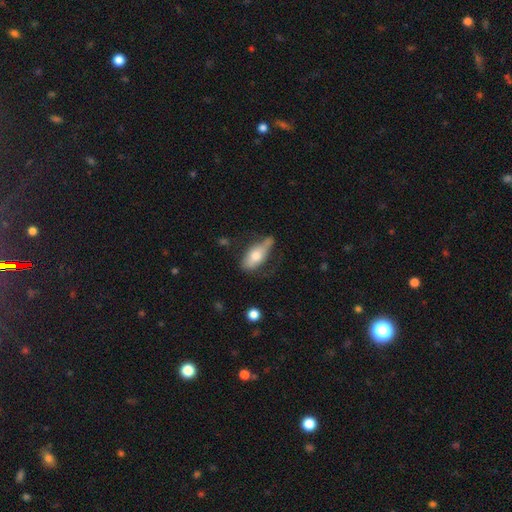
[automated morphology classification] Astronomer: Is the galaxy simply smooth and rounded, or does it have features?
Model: smooth — 65%.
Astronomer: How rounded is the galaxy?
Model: in between — 78%.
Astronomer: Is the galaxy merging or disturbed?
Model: none — 49% (runner-up: minor disturbance, 33%).